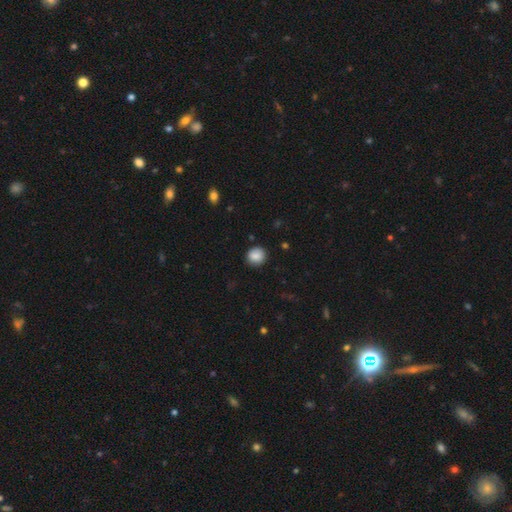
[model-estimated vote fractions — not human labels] This appears to be a smooth galaxy with no disk features (87%) that is round (86%). Merging: none (88%).